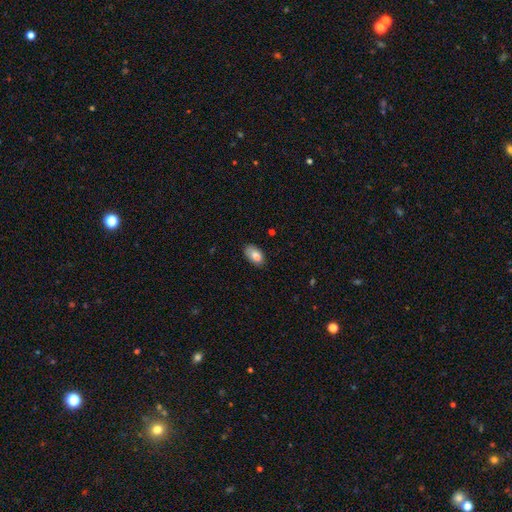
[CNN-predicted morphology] Q: Smooth or featured?
A: smooth (81%); runner-up: featured or disk (12%)
Q: How rounded?
A: in between (92%); runner-up: round (6%)
Q: Merging?
A: none (72%); runner-up: minor disturbance (22%)